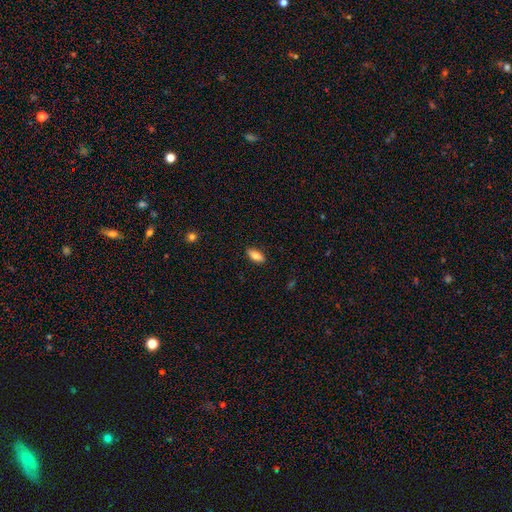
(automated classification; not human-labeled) Smooth or featured?
  - smooth: 80% *
  - featured or disk: 13%
  - star or artifact: 7%
How rounded?
  - in between: 84% *
  - cigar-shaped: 14%
  - round: 3%
Merging?
  - none: 89% *
  - minor disturbance: 8%
  - major disturbance: 2%
  - merger: 1%